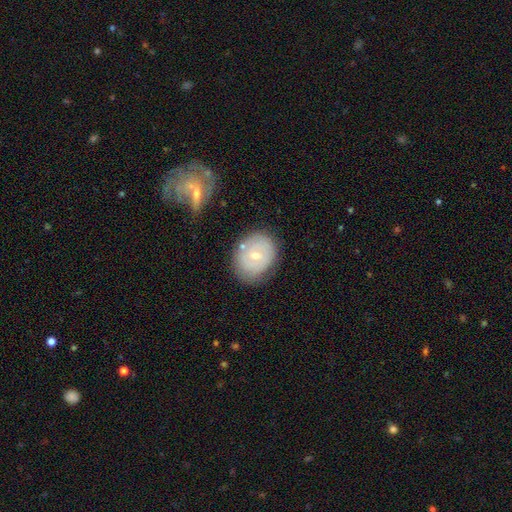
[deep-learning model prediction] Smooth or featured: featured or disk — 48% (smooth — 44%)
Merging: none — 71% (minor disturbance — 19%)